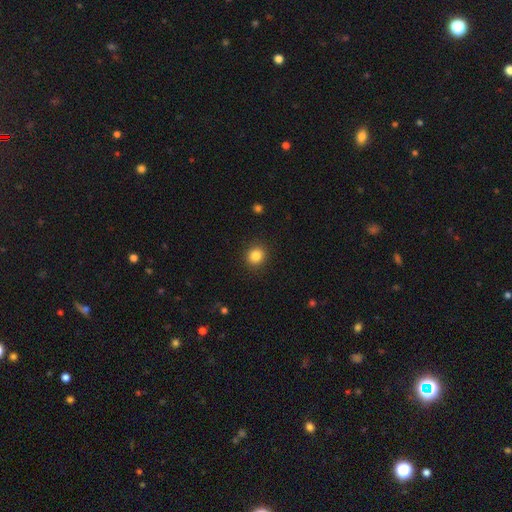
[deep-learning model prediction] Q: Smooth or featured?
A: smooth (85%); runner-up: star or artifact (11%)
Q: How rounded?
A: round (82%); runner-up: in between (17%)
Q: Merging?
A: none (90%); runner-up: minor disturbance (7%)